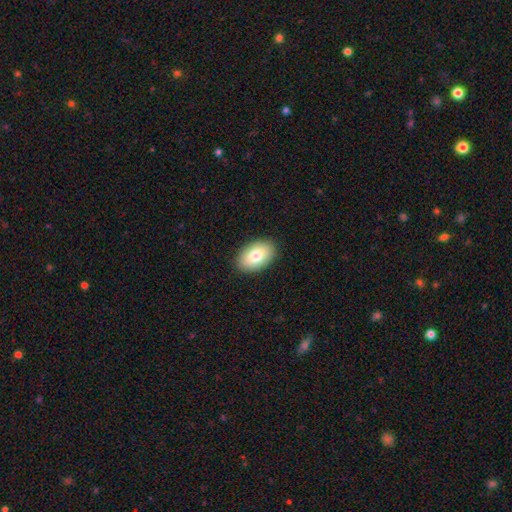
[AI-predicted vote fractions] Smooth or featured? Predicted: smooth (p=0.81). How rounded? Predicted: in between (p=0.91). Merging? Predicted: none (p=0.90).